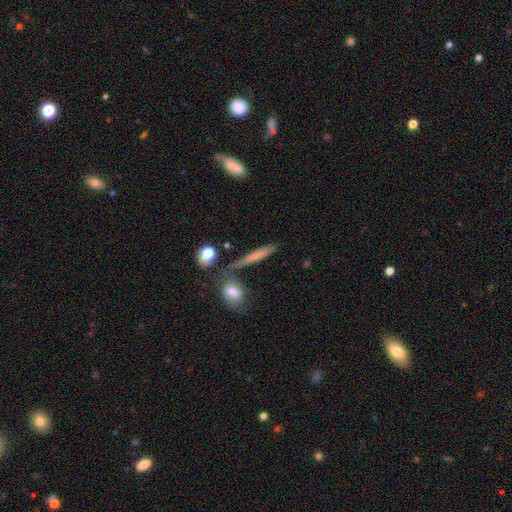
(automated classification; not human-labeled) smooth_or_featured: smooth (p=0.62) [alt: featured or disk p=0.28]
how_rounded: cigar-shaped (p=0.84) [alt: in between p=0.11]
merging: none (p=0.66) [alt: minor disturbance p=0.15]